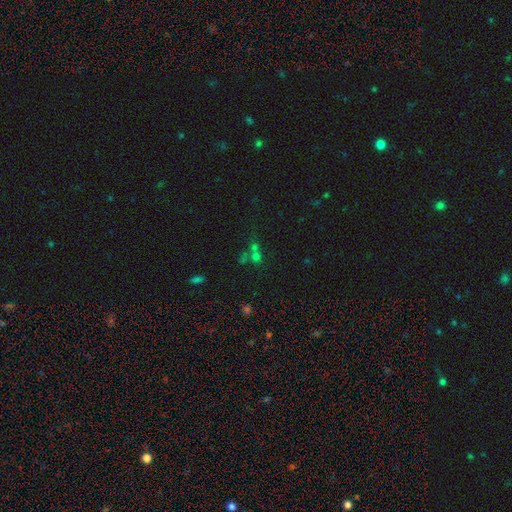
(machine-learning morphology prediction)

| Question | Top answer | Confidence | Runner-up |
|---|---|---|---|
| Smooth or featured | smooth | 42% | star or artifact (41%) |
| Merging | merger | 43% | tied: none (43%) |